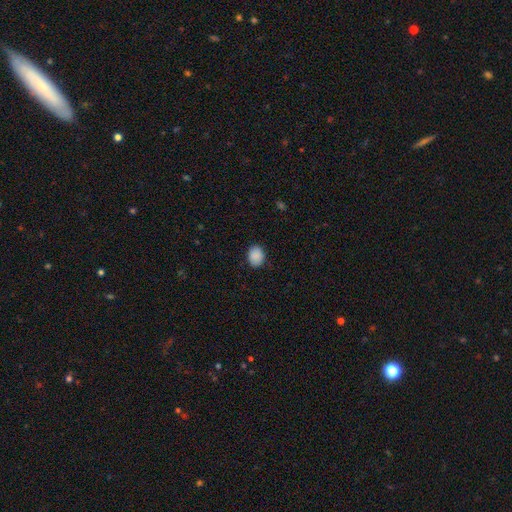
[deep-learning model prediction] Smooth or featured? smooth (89%)
How rounded? in between (54%)
Merging? none (87%)